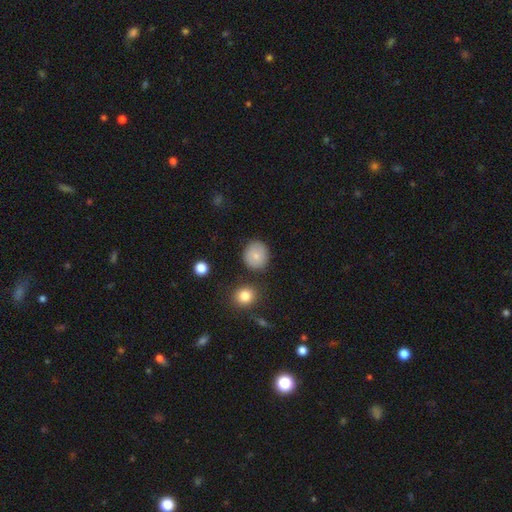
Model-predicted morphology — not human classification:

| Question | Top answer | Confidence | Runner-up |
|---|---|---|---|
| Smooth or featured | smooth | 80% | featured or disk (10%) |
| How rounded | round | 86% | in between (13%) |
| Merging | none | 83% | minor disturbance (10%) |